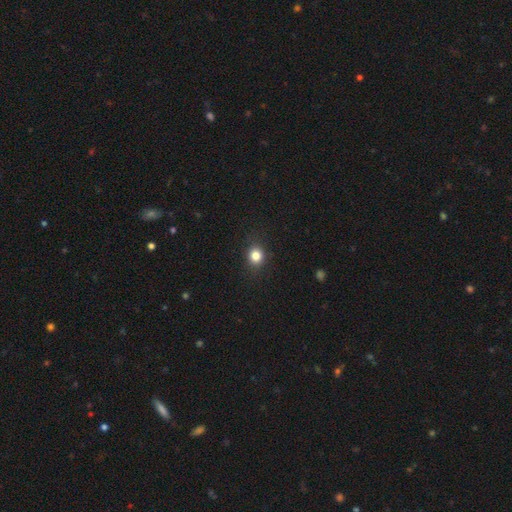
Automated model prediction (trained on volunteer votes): Overall: smooth (83%). How rounded: round (77%). Merging: none (88%).